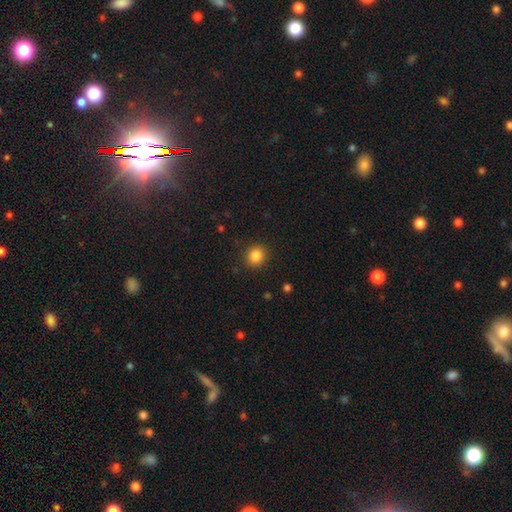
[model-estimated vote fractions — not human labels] A smooth galaxy with no disk features (85%) that is round (78%). Merging: none (89%).